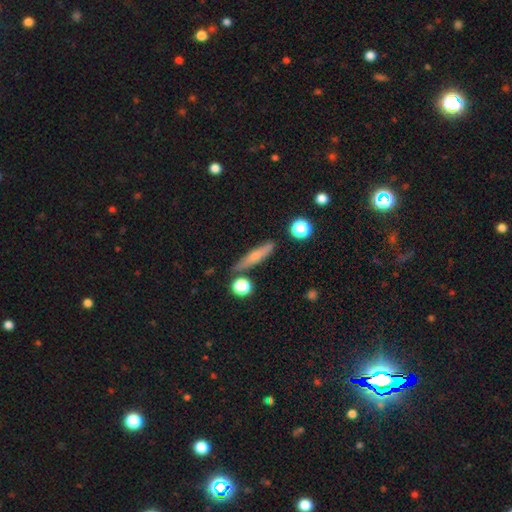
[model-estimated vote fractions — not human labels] This appears to be a smooth galaxy with no disk features (59%) that is cigar-shaped (83%). Merging: none (80%).